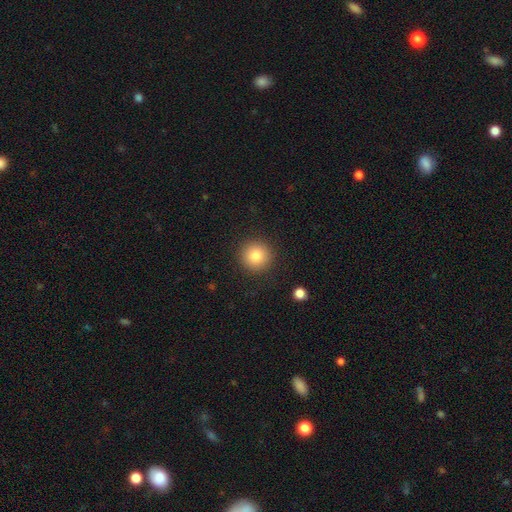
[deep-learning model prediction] Smooth or featured? Predicted: smooth (p=0.83). How rounded? Predicted: round (p=0.95). Merging? Predicted: none (p=0.91).